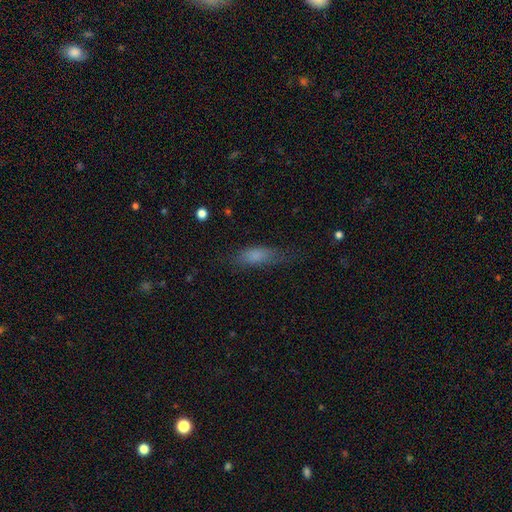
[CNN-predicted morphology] Smooth or featured? smooth (75%)
How rounded? in between (58%)
Merging? none (64%)